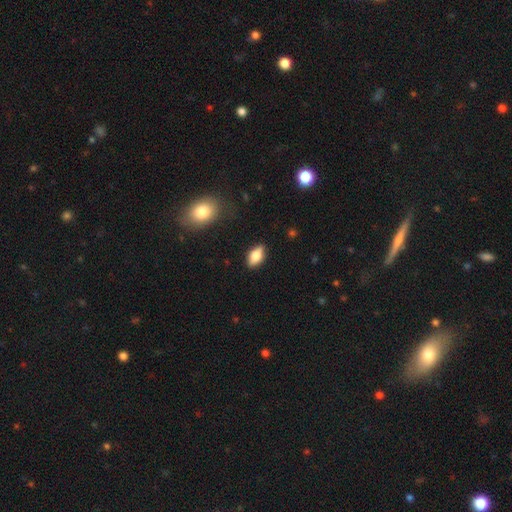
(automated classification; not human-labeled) Overall: smooth (73%). How rounded: in between (87%). Merging: none (86%).